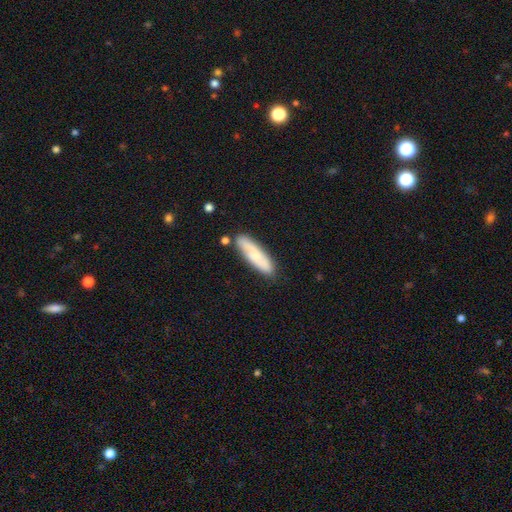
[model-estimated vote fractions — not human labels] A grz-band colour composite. It shows a smooth galaxy with no disk features (66%) that is cigar-shaped (66%). Merging: none (78%).